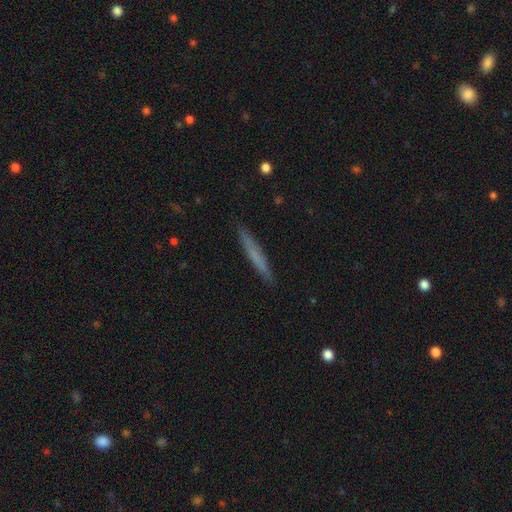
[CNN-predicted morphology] A smooth galaxy with no disk features (65%) that is cigar-shaped (96%). Merging: none (90%).